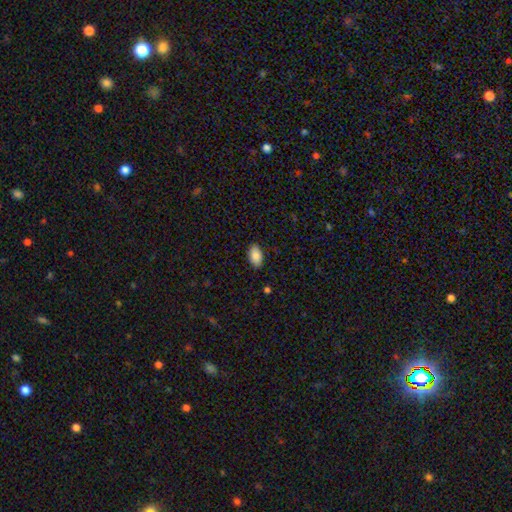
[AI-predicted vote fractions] smooth_or_featured: smooth (p=0.85) [alt: featured or disk p=0.08]
how_rounded: in between (p=0.94) [alt: round p=0.05]
merging: none (p=0.88) [alt: minor disturbance p=0.09]